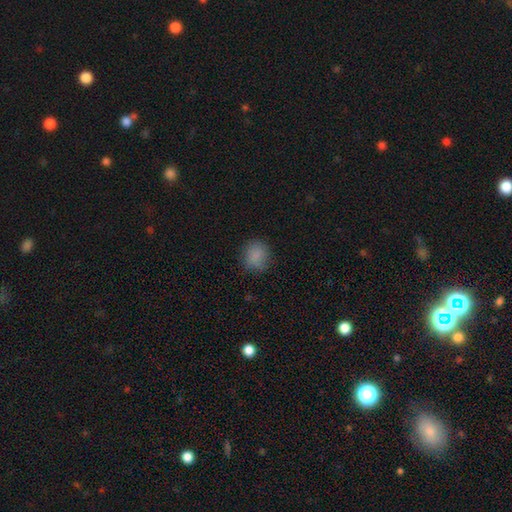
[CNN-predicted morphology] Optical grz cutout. It shows a smooth galaxy with no disk features (84%) that is round (81%). Merging: none (79%).